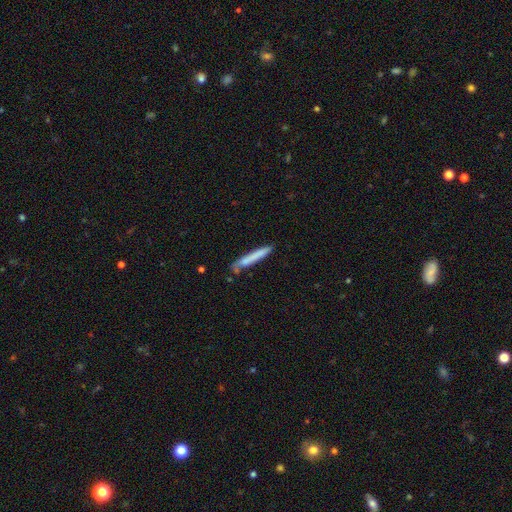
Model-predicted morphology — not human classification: A smooth galaxy with no disk features (71%) that is cigar-shaped (95%). Merging: none (70%).